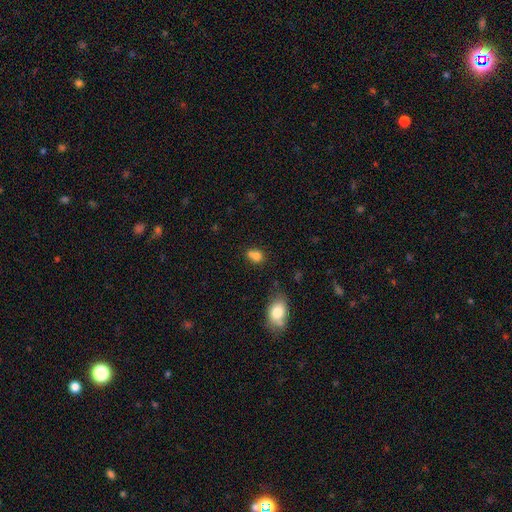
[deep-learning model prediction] Morphology: type=smooth (79%); roundness=round (50%); merging=none (42%).